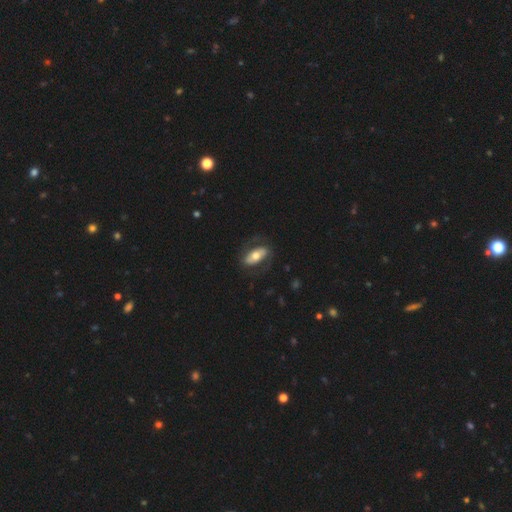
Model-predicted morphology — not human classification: A smooth galaxy with no disk features (47%, tied with featured or disk).

Vote fractions:
- Smooth or featured? smooth: 47% (tied) / featured or disk: 47% (tied) / star or artifact: 5%
- Merging? none: 73% / minor disturbance: 14% / major disturbance: 11% / merger: 1%